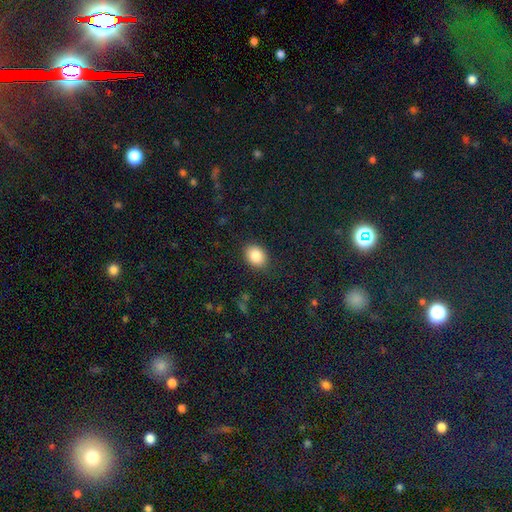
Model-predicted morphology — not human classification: smooth 85%, star or artifact 9%, featured or disk 6%. Down the decision tree: how rounded — in between (60%); merging — none (87%).